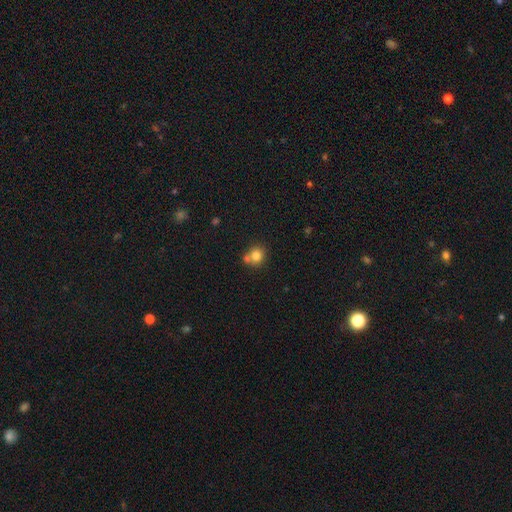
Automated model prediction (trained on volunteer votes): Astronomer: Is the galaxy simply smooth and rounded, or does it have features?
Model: smooth — 80%.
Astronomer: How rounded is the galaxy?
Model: round — 81%.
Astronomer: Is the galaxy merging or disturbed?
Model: none — 52% (runner-up: merger, 34%).